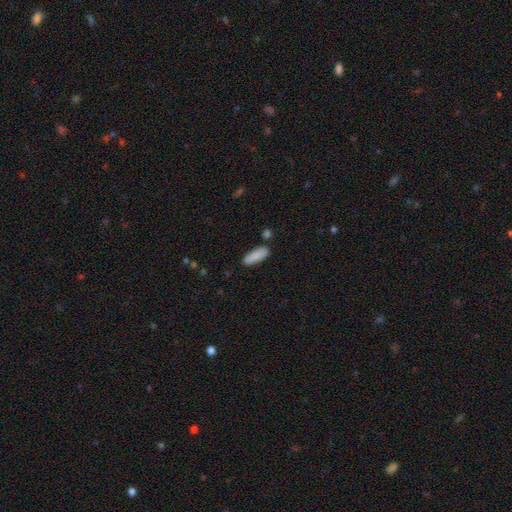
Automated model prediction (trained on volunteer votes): Smooth or featured?
  - smooth: 88% *
  - star or artifact: 6%
  - featured or disk: 6%
How rounded?
  - in between: 63% *
  - cigar-shaped: 36%
  - round: 2%
Merging?
  - none: 82% *
  - minor disturbance: 12%
  - merger: 4%
  - major disturbance: 2%